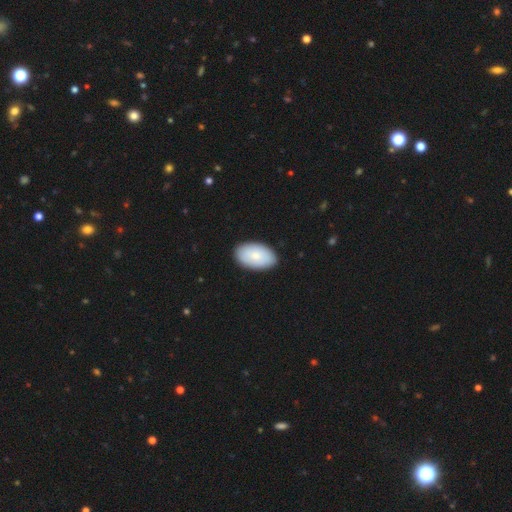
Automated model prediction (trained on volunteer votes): Smooth or featured? Predicted: smooth (p=0.82). How rounded? Predicted: in between (p=0.95). Merging? Predicted: none (p=0.89).